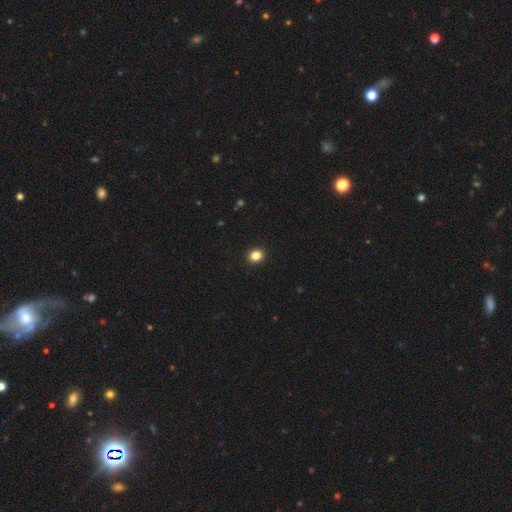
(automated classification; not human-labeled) Smooth or featured: smooth — 85% (star or artifact — 11%)
How rounded: round — 70% (in between — 29%)
Merging: none — 93% (minor disturbance — 5%)